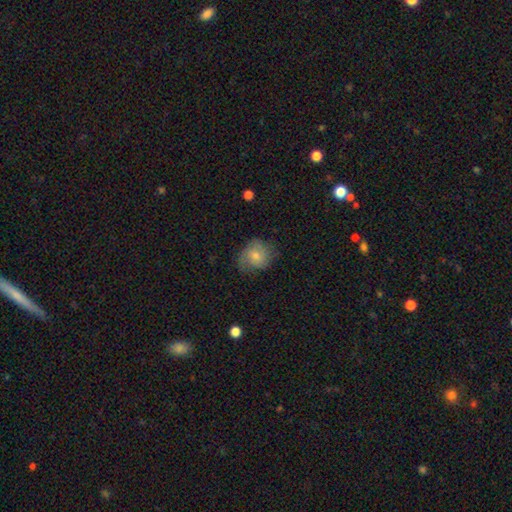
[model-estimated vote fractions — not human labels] This appears to be a smooth galaxy with no disk features (54%) that is round (71%). Merging: none (65%).